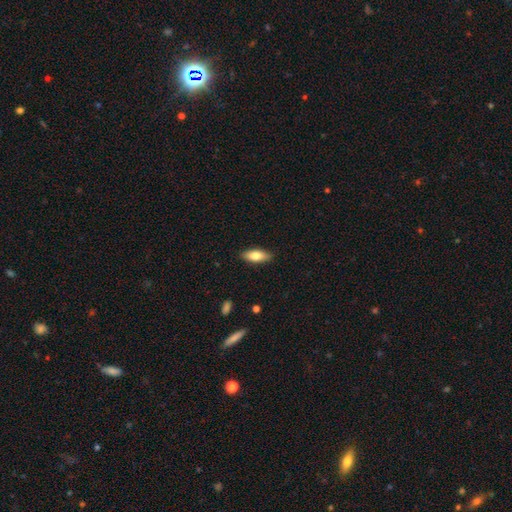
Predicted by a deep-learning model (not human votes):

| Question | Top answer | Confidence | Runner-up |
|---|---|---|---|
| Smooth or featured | smooth | 77% | featured or disk (17%) |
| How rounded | in between | 76% | cigar-shaped (21%) |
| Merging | none | 88% | minor disturbance (9%) |